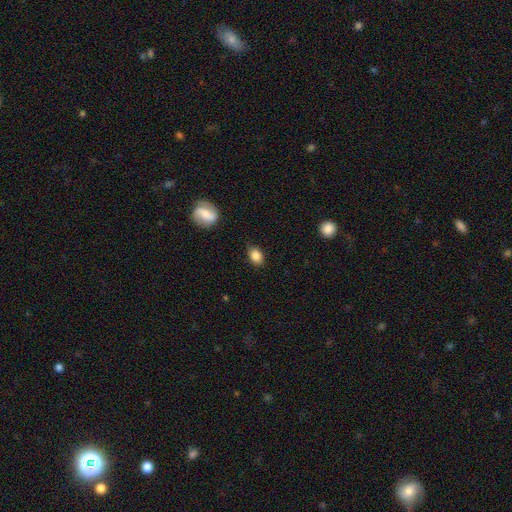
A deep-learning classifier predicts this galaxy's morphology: smooth-or-featured: smooth: 84% | star or artifact: 8% | featured or disk: 8%
  how-rounded: in between: 75% | round: 23% | cigar-shaped: 2%
  merging: none: 78% | minor disturbance: 17% | major disturbance: 3% | merger: 2%